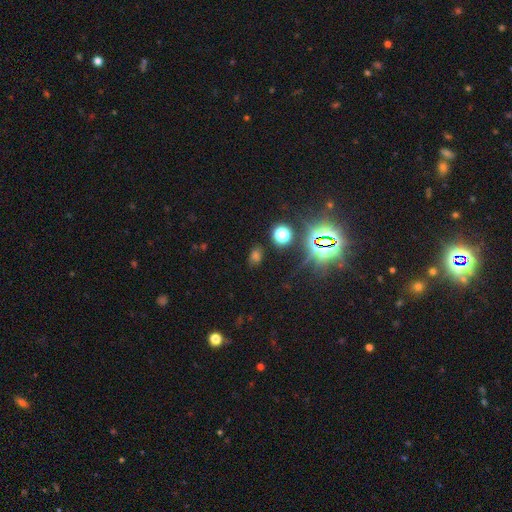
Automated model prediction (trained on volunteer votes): A star or artifact, not a galaxy (52%).

Vote fractions:
- Smooth or featured? star or artifact: 52% / smooth: 40% / featured or disk: 8%